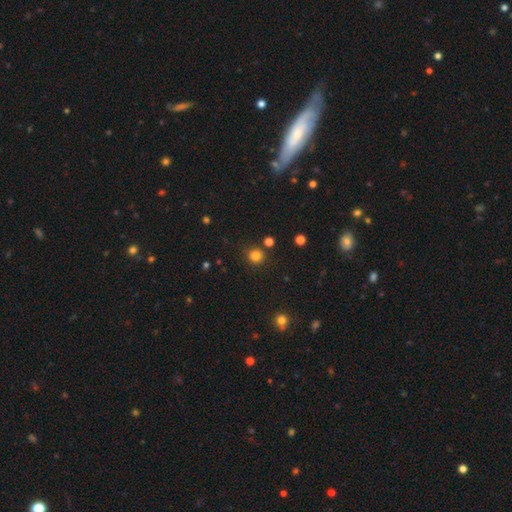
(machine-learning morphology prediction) smooth 81%, star or artifact 14%, featured or disk 4%. Down the decision tree: how rounded — round (91%); merging — none (86%).